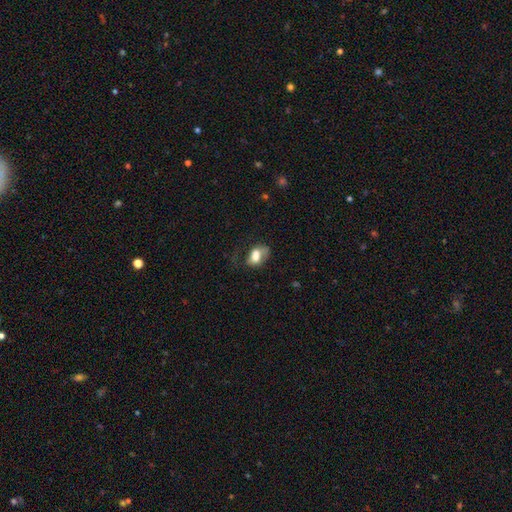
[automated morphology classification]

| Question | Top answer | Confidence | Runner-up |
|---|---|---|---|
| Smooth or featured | smooth | 69% | featured or disk (22%) |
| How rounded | in between | 79% | round (19%) |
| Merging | none | 33% | major disturbance (30%) |